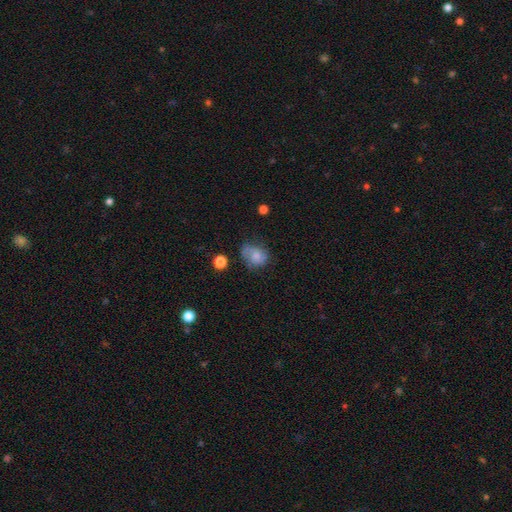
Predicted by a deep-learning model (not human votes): A smooth galaxy with no disk features (58%) that is round (51%).

Vote fractions:
- Smooth or featured? smooth: 58% / featured or disk: 32% / star or artifact: 10%
- How rounded? round: 51% / in between: 48% / cigar-shaped: 1%
- Merging? none: 52% / minor disturbance: 31% / major disturbance: 14% / merger: 4%